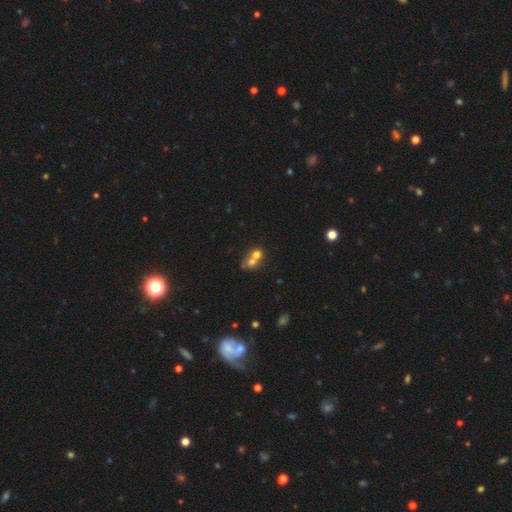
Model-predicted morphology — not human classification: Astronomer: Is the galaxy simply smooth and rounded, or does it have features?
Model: smooth — 64%.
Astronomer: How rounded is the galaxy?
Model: round — 66%.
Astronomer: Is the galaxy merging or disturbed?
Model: merger — 70%.